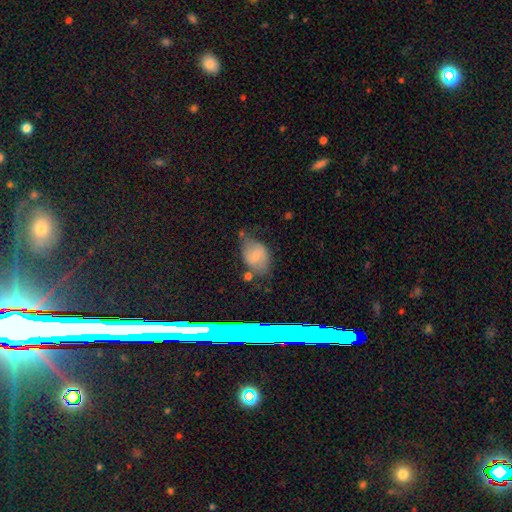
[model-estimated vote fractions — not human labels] This appears to be a smooth galaxy with no disk features (59%) that is in between round and cigar-shaped (78%). Merging: none (50%).